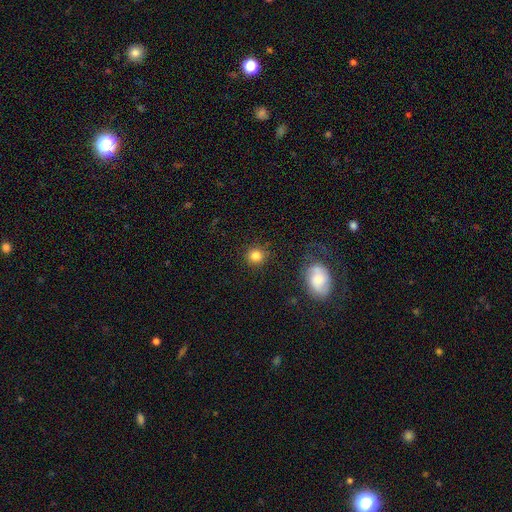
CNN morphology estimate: Smooth or featured? Predicted: smooth (p=0.82). How rounded? Predicted: round (p=0.91). Merging? Predicted: none (p=0.88).